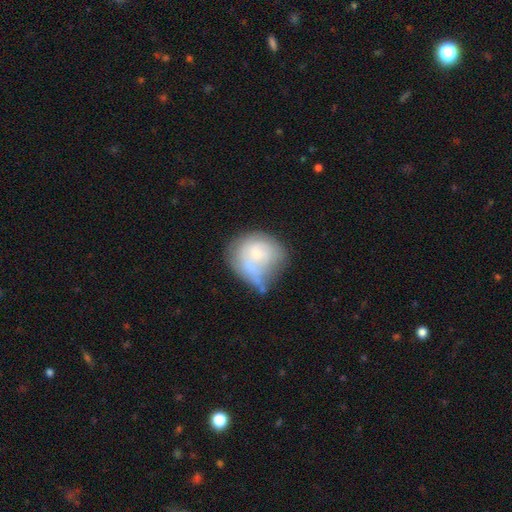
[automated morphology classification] Smooth or featured? smooth (56%)
How rounded? round (70%)
Merging? minor disturbance (31%, tied with none)